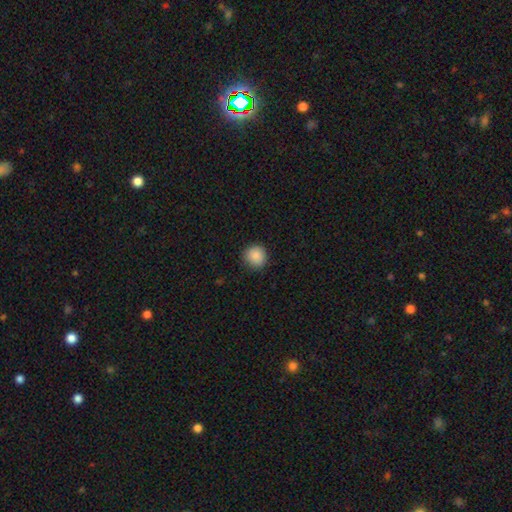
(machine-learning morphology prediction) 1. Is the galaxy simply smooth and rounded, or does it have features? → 87% smooth, 9% star or artifact, 4% featured or disk.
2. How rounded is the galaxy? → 93% round, 6% in between, 1% cigar-shaped.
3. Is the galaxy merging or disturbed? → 89% none, 8% minor disturbance, 2% major disturbance, 1% merger.